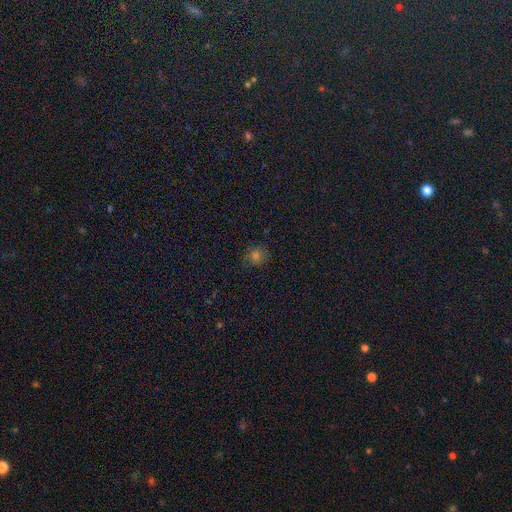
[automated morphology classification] This appears to be a smooth galaxy with no disk features (72%) that is round (88%). Merging: none (83%).